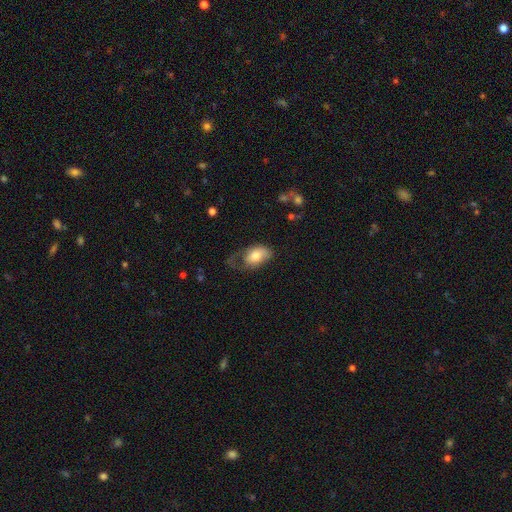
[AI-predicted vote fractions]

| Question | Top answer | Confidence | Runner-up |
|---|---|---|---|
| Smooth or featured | smooth | 70% | featured or disk (23%) |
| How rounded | in between | 90% | round (9%) |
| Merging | major disturbance | 42% | minor disturbance (29%) |